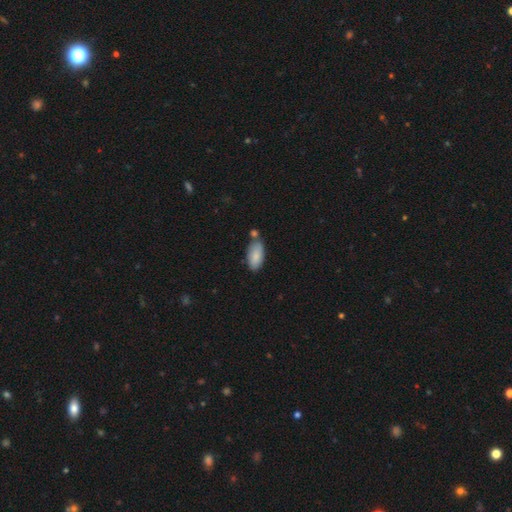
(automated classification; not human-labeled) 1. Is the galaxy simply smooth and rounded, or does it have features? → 86% smooth, 8% featured or disk, 6% star or artifact.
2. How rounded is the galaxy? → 92% in between, 6% cigar-shaped, 2% round.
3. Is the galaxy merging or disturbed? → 64% none, 17% minor disturbance, 15% merger, 4% major disturbance.